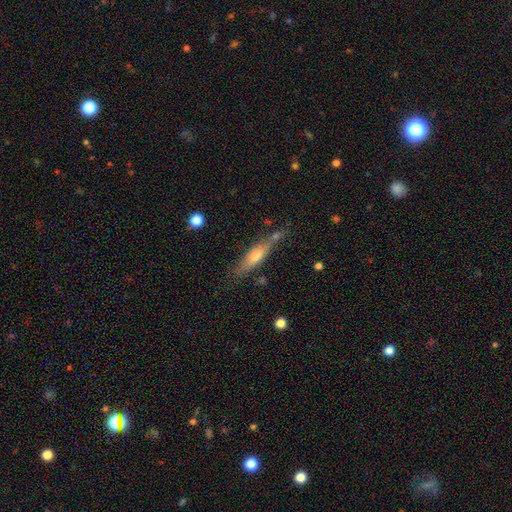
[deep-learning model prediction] Smooth or featured? featured or disk (49%)
Merging? none (68%)